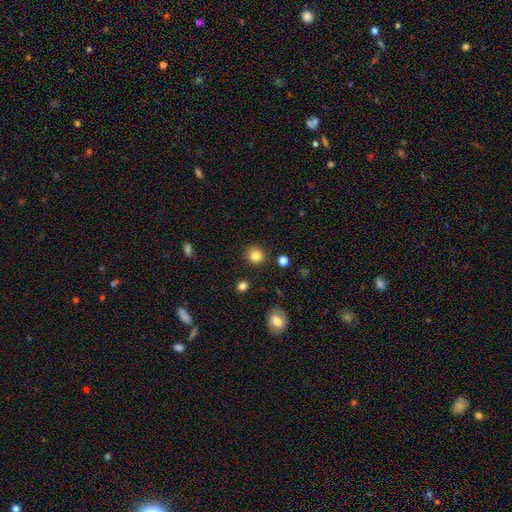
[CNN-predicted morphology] Overall: smooth (83%). How rounded: round (88%). Merging: none (89%).